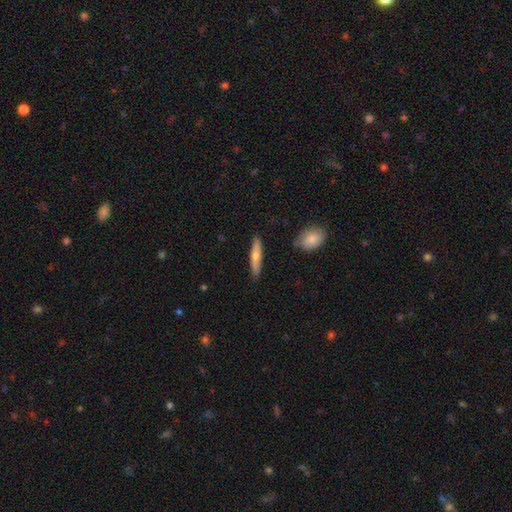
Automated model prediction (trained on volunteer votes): Smooth or featured? Predicted: smooth (p=0.67). How rounded? Predicted: cigar-shaped (p=0.85). Merging? Predicted: none (p=0.85).